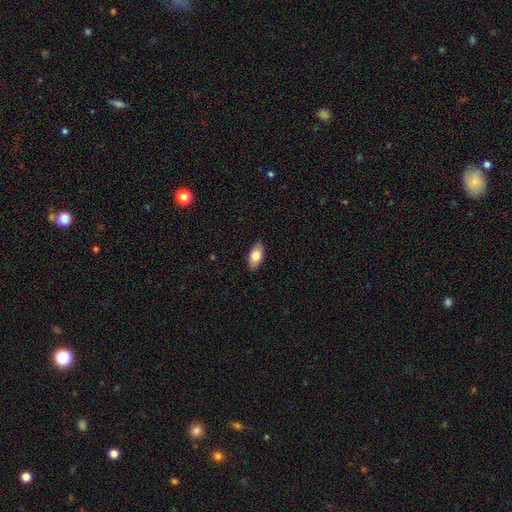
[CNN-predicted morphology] This is clearly a smooth galaxy (80%). How rounded: clearly in between (93%). Merging: clearly none (87%).